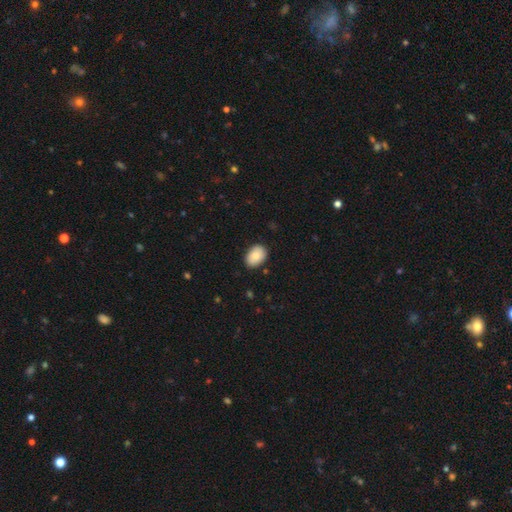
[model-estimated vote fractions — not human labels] Smooth or featured?
  - smooth: 85% *
  - featured or disk: 8%
  - star or artifact: 7%
How rounded?
  - in between: 82% *
  - round: 17%
  - cigar-shaped: 1%
Merging?
  - none: 85% *
  - minor disturbance: 12%
  - major disturbance: 2%
  - merger: 1%